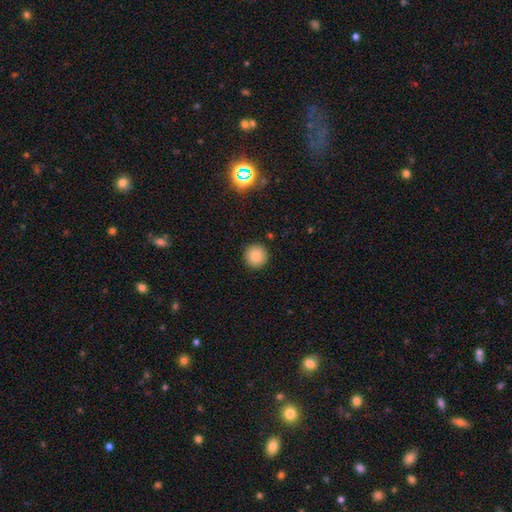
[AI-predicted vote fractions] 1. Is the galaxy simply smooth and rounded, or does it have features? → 83% smooth, 11% star or artifact, 6% featured or disk.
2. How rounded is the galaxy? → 96% round, 3% in between, 1% cigar-shaped.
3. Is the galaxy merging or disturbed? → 92% none, 5% minor disturbance, 2% major disturbance, 1% merger.